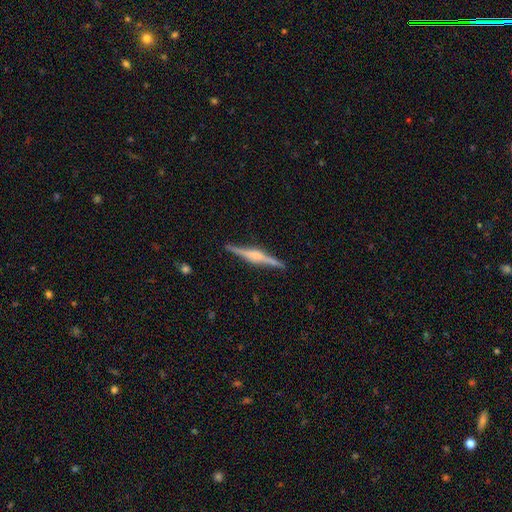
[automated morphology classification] The model was most divided on "edge-on bulge": rounded: 69%, boxy: 23%, none: 8%. More confident: edge-on disk — yes (98%); merging — none (89%); smooth or featured — featured or disk (80%).